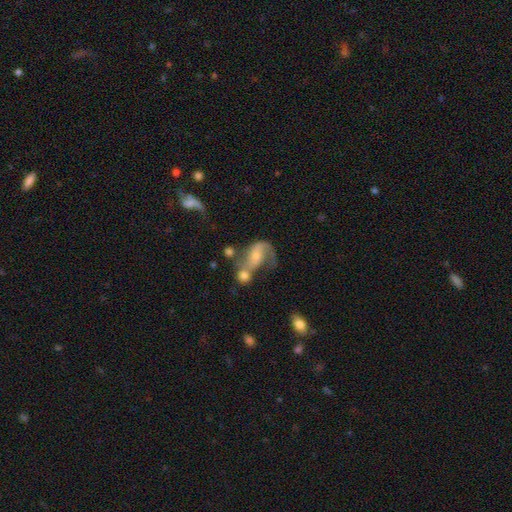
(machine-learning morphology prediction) smooth_or_featured: featured or disk (p=0.64) [alt: smooth p=0.27]
disk_edge_on: no (p=0.97) [alt: yes p=0.03]
bar: no (p=0.57) [alt: weak p=0.33]
has_spiral_arms: yes (p=0.84) [alt: no p=0.16]
spiral_winding: loose (p=0.59) [alt: medium p=0.32]
spiral_arm_count: 2 (p=0.62) [alt: 1 p=0.29]
bulge_size: small (p=0.47) [alt: moderate p=0.35]
merging: merger (p=0.43) [alt: none p=0.22]